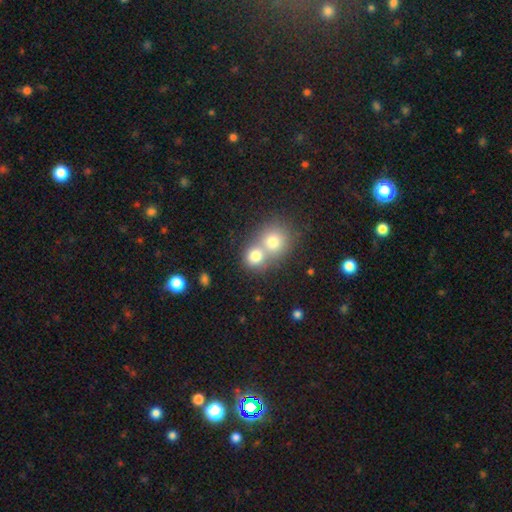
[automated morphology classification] The model was most divided on "merging": merger: 61%, none: 31%, minor disturbance: 5%, major disturbance: 3%. More confident: how rounded — round (80%); smooth or featured — smooth (76%).